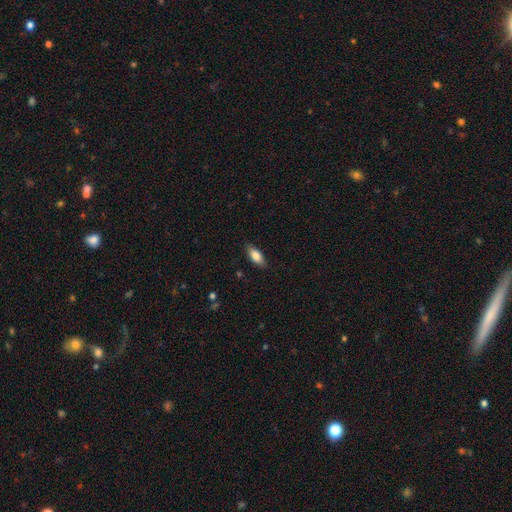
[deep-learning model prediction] A smooth galaxy with no disk features (80%) that is in between round and cigar-shaped (81%). Merging: none (86%).